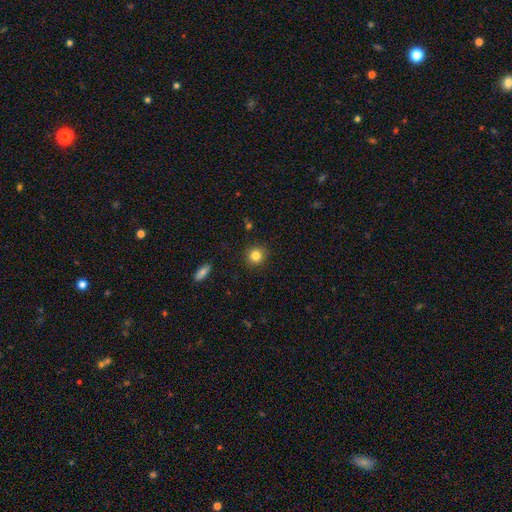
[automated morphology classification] This is clearly a smooth galaxy (83%). How rounded: clearly round (91%). Merging: clearly none (90%).